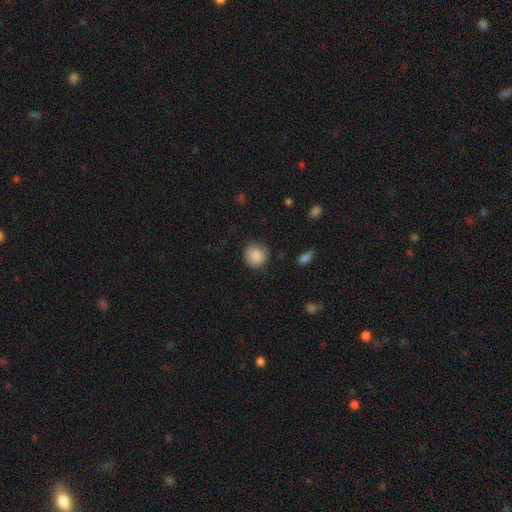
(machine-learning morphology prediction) Smooth or featured? Predicted: smooth (p=0.86). How rounded? Predicted: round (p=0.89). Merging? Predicted: none (p=0.74).